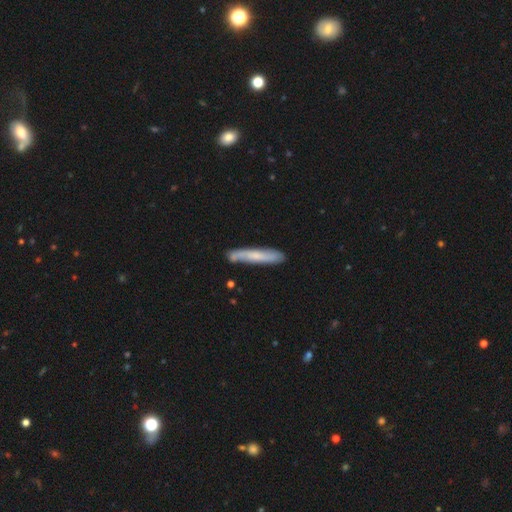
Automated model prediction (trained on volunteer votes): Smooth or featured? Predicted: smooth (p=0.56). How rounded? Predicted: cigar-shaped (p=0.92). Merging? Predicted: none (p=0.80).